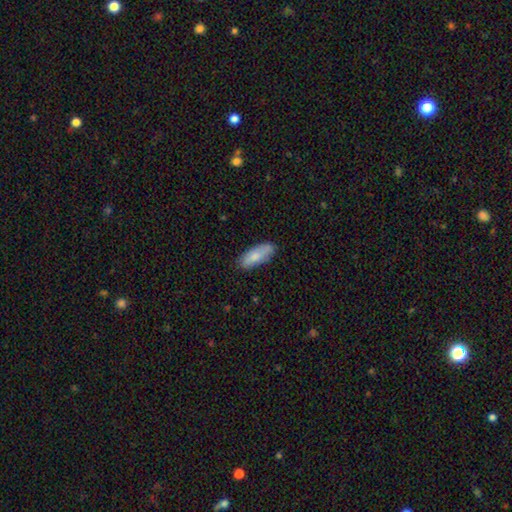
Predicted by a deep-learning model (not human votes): Morphology: type=smooth (80%); roundness=in between (73%); merging=none (80%).